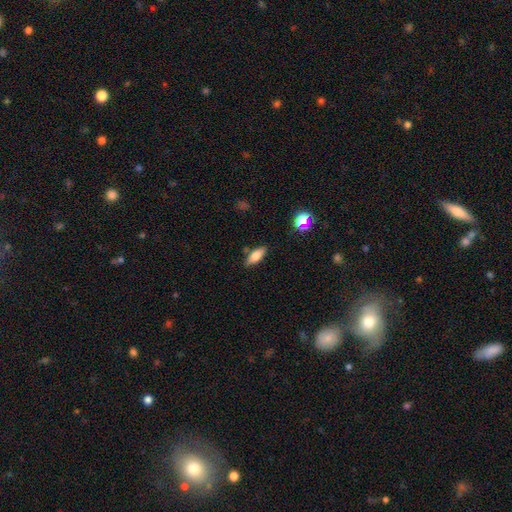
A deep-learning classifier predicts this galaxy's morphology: Q: Smooth or featured?
A: smooth (73%); runner-up: featured or disk (19%)
Q: How rounded?
A: in between (70%); runner-up: cigar-shaped (27%)
Q: Merging?
A: none (80%); runner-up: minor disturbance (13%)